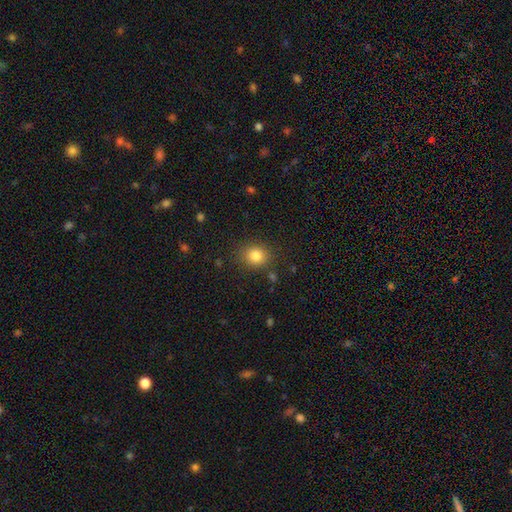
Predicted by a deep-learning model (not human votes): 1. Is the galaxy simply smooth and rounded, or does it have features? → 83% smooth, 11% star or artifact, 6% featured or disk.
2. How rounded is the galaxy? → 74% round, 26% in between, 1% cigar-shaped.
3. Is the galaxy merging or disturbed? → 84% none, 10% minor disturbance, 4% major disturbance, 2% merger.